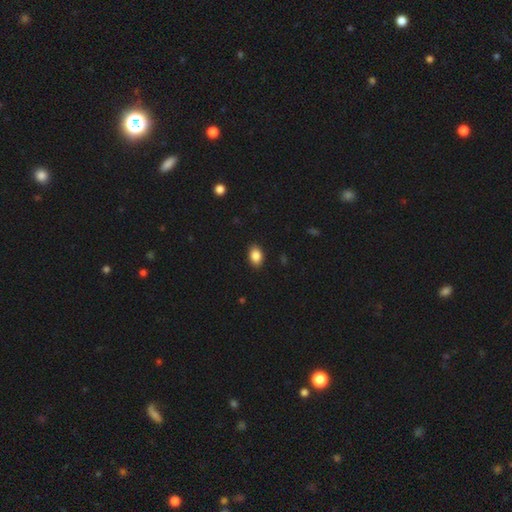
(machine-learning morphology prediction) type=smooth (87%); roundness=in between (84%); merging=none (89%).